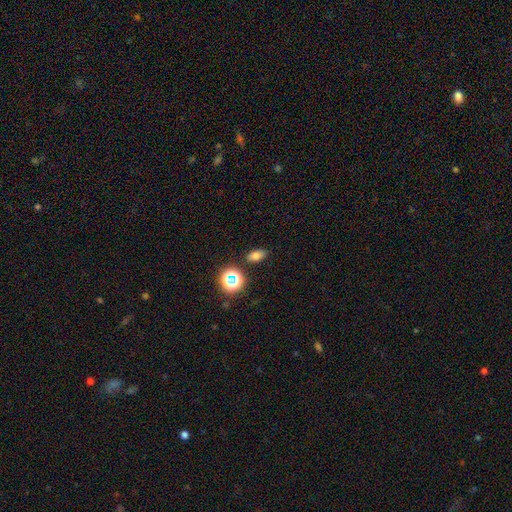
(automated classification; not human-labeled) smooth_or_featured: smooth (p=0.71) [alt: star or artifact p=0.18]
how_rounded: in between (p=0.81) [alt: round p=0.13]
merging: none (p=0.85) [alt: minor disturbance p=0.10]